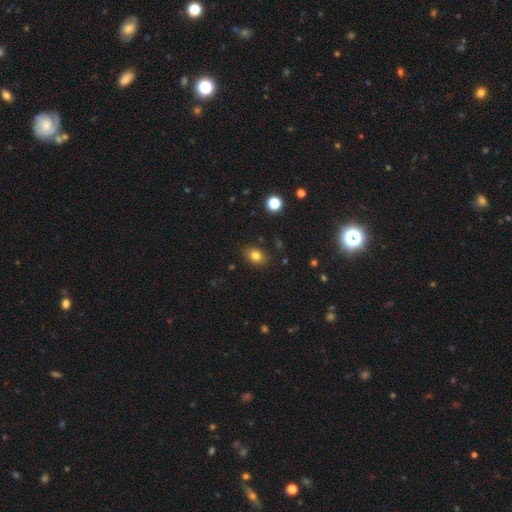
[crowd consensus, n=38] smooth_or_featured: smooth (p=0.89) [alt: featured or disk p=0.05]
how_rounded: in between (p=0.74) [alt: round p=0.26]
merging: none (p=0.83) [alt: minor disturbance p=0.14]